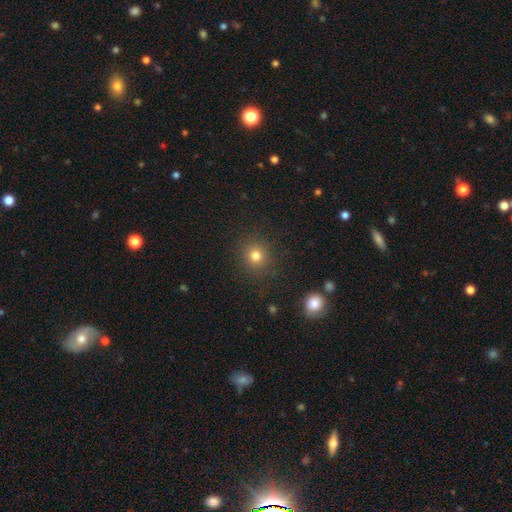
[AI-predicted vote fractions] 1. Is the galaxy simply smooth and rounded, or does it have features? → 78% smooth, 16% star or artifact, 7% featured or disk.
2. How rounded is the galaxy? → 88% round, 11% in between, 1% cigar-shaped.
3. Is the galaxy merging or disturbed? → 88% none, 7% minor disturbance, 3% major disturbance, 2% merger.